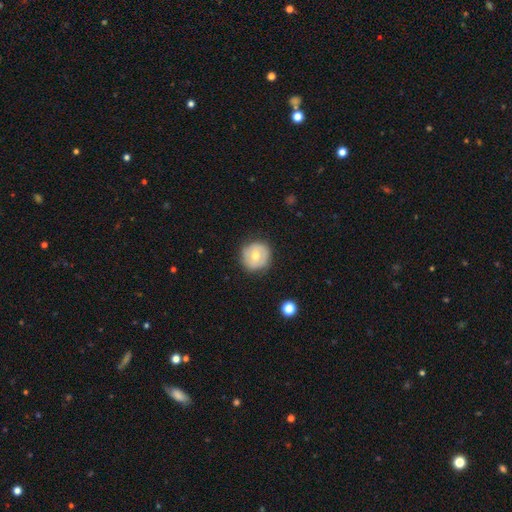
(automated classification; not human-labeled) This appears to be a smooth galaxy with no disk features (58%) that is round (92%). Merging: none (82%).